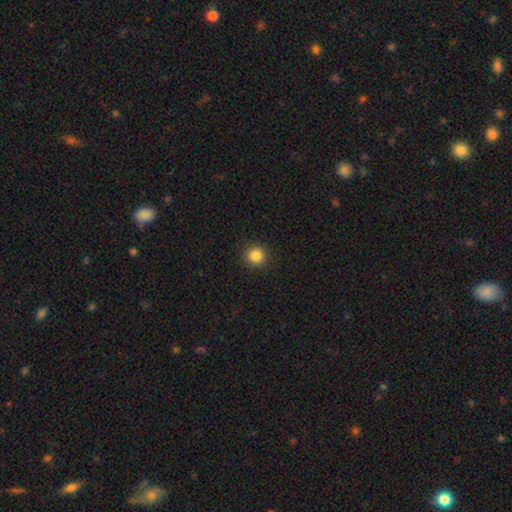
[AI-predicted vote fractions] smooth_or_featured: smooth (p=0.85) [alt: star or artifact p=0.11]
how_rounded: round (p=0.94) [alt: in between p=0.05]
merging: none (p=0.91) [alt: minor disturbance p=0.06]